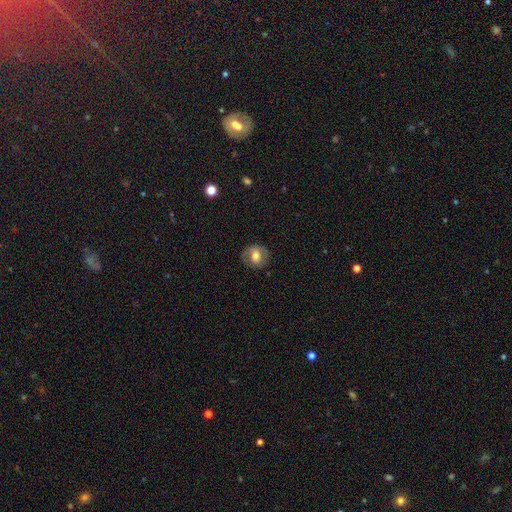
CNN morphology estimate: Smooth or featured? Predicted: smooth (p=0.58). How rounded? Predicted: round (p=0.75). Merging? Predicted: none (p=0.81).